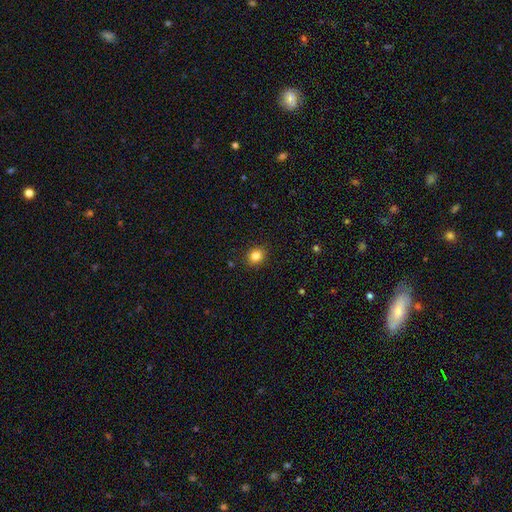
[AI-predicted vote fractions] The model was most divided on "how rounded": round: 75%, in between: 24%, cigar-shaped: 1%. More confident: merging — none (90%); smooth or featured — smooth (84%).